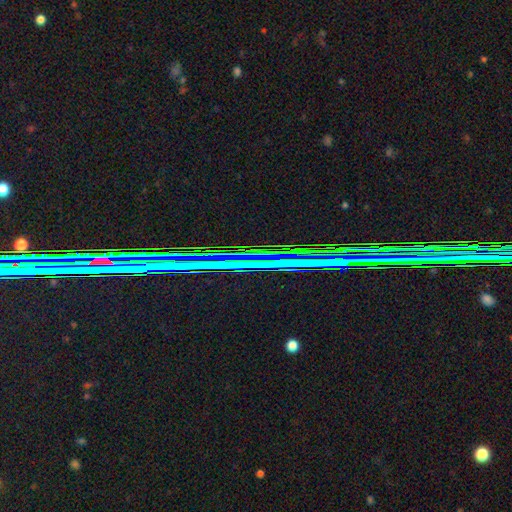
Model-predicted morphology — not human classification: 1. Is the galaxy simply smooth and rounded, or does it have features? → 78% star or artifact, 13% featured or disk, 8% smooth.